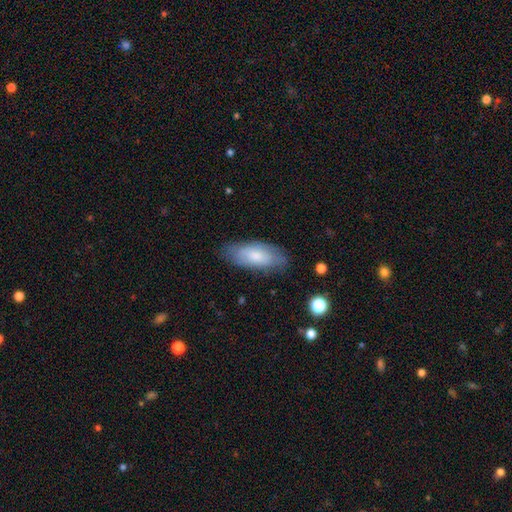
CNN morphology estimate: A smooth galaxy with no disk features (71%) that is in between round and cigar-shaped (83%).

Vote fractions:
- Smooth or featured? smooth: 71% / featured or disk: 23% / star or artifact: 6%
- How rounded? in between: 83% / cigar-shaped: 15% / round: 2%
- Merging? none: 75% / minor disturbance: 19% / major disturbance: 5% / merger: 1%